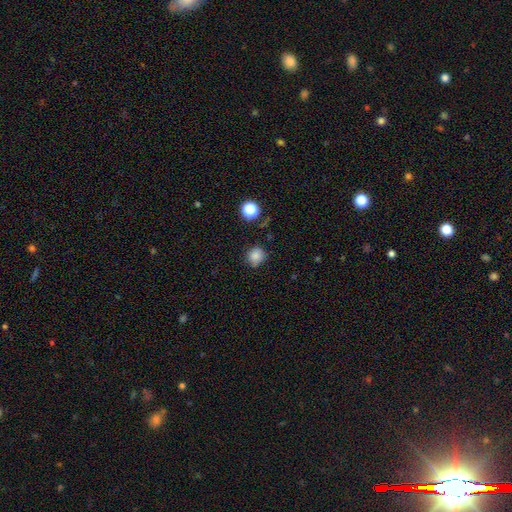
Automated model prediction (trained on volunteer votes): Overall: smooth (82%). How rounded: round (82%). Merging: none (77%).